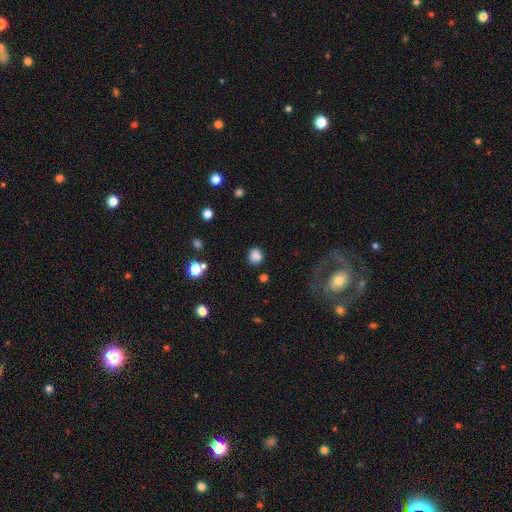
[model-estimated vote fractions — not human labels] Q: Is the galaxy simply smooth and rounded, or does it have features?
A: smooth — 83%.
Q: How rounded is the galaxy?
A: round — 79%.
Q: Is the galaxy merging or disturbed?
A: none — 82%.